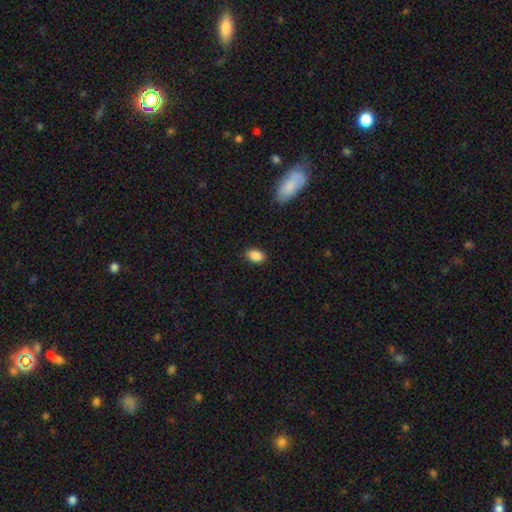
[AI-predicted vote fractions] The model was most divided on "merging": none: 84%, minor disturbance: 13%, major disturbance: 3%, merger: 1%. More confident: how rounded — in between (88%); smooth or featured — smooth (88%).